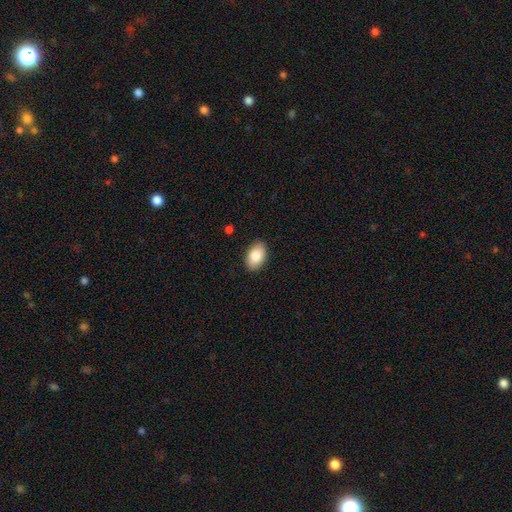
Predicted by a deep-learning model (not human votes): This appears to be a smooth galaxy with no disk features (84%) that is in between round and cigar-shaped (91%). Merging: none (88%).